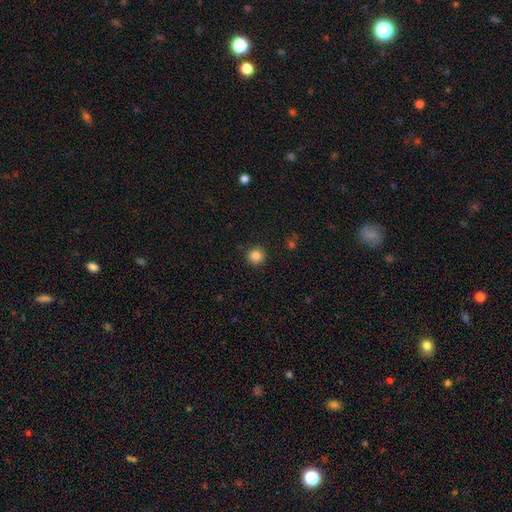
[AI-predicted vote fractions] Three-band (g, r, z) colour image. It shows a smooth galaxy with no disk features (84%) that is round (94%). Merging: none (92%).